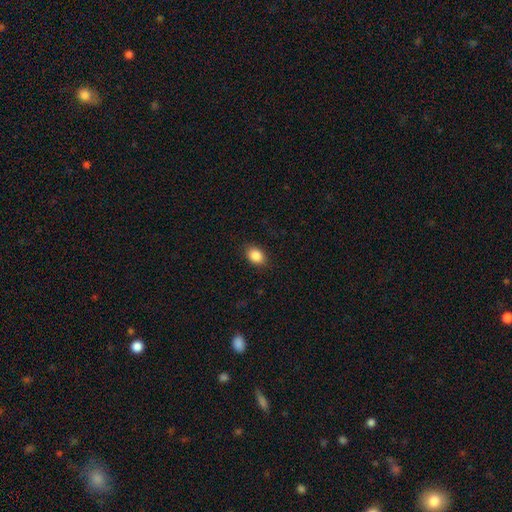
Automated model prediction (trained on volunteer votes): smooth 87%, star or artifact 8%, featured or disk 4%. Down the decision tree: how rounded — in between (72%); merging — none (87%).